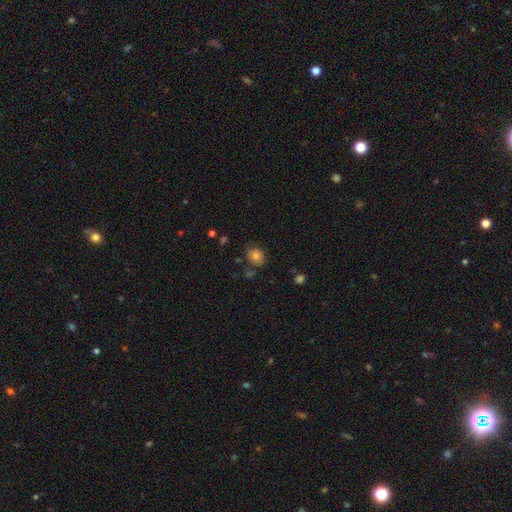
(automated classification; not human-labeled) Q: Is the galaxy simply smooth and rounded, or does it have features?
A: smooth — 79%.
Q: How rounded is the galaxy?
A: round — 69%.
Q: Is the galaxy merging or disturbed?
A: none — 74%.